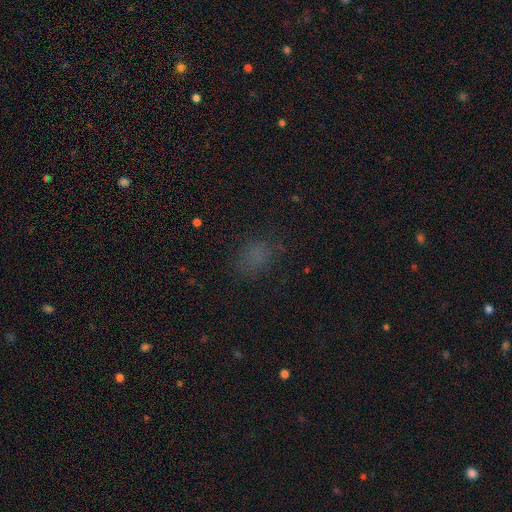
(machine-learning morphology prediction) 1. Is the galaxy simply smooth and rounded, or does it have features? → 70% smooth, 22% star or artifact, 8% featured or disk.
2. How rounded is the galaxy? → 61% in between, 38% round, 2% cigar-shaped.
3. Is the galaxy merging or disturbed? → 73% none, 17% minor disturbance, 9% major disturbance, 2% merger.